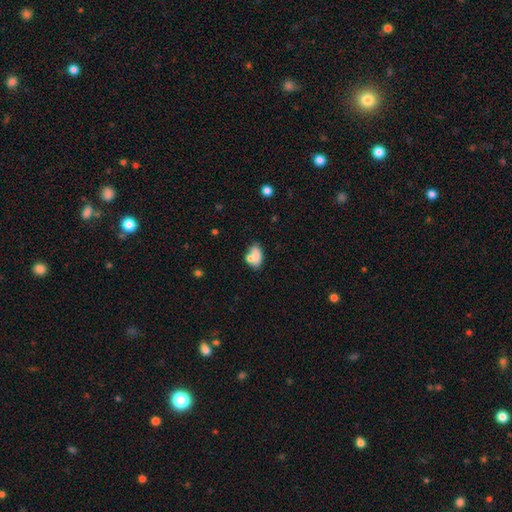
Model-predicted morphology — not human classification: This appears to be a smooth galaxy with no disk features (75%) that is in between round and cigar-shaped (87%). Merging: none (50%).